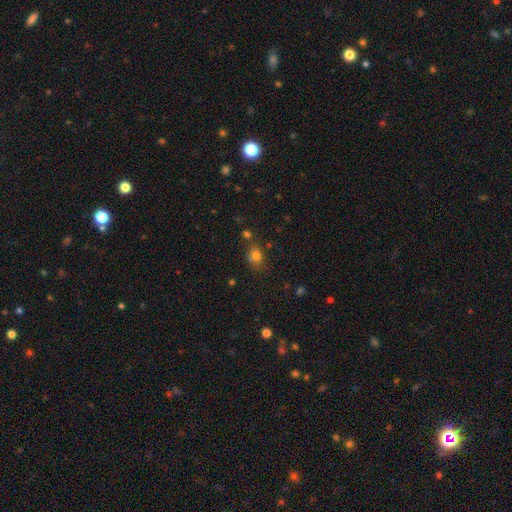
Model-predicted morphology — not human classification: Smooth or featured: smooth — 77% (star or artifact — 16%)
How rounded: round — 63% (in between — 36%)
Merging: none — 70% (minor disturbance — 16%)